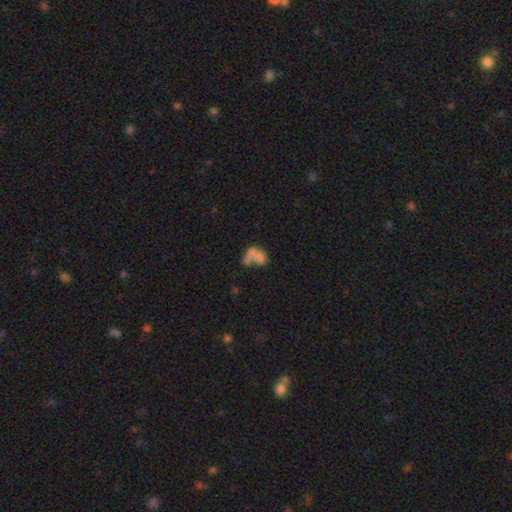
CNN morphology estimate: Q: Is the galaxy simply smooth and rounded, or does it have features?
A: smooth — 55%.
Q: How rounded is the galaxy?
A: in between — 77%.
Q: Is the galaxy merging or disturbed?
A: merger — 46%.